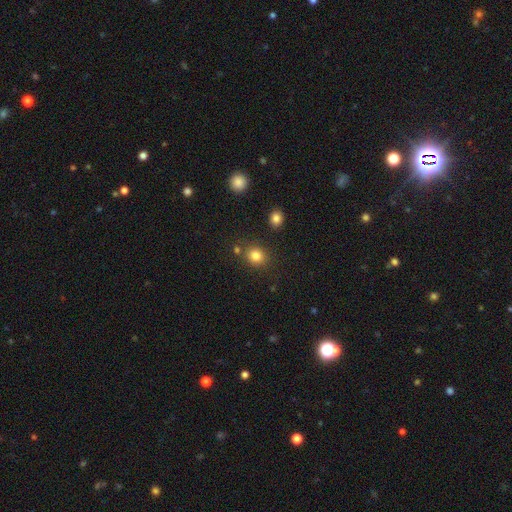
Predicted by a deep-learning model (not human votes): smooth 82%, star or artifact 12%, featured or disk 6%. Down the decision tree: how rounded — round (76%); merging — none (79%).